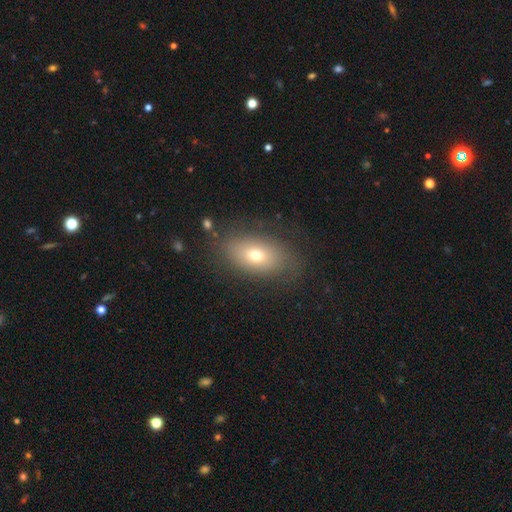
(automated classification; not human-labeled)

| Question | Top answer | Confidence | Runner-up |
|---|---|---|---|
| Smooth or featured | smooth | 67% | featured or disk (21%) |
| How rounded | in between | 84% | round (13%) |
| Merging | none | 76% | minor disturbance (16%) |